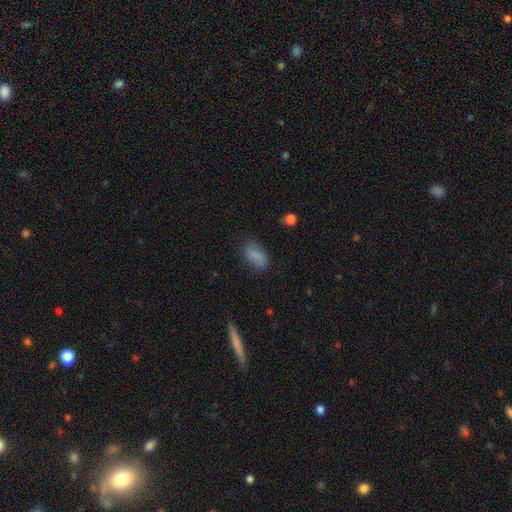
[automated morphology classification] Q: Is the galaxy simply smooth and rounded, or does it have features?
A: smooth — 81%.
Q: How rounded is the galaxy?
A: in between — 90%.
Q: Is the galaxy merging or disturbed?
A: none — 73%.